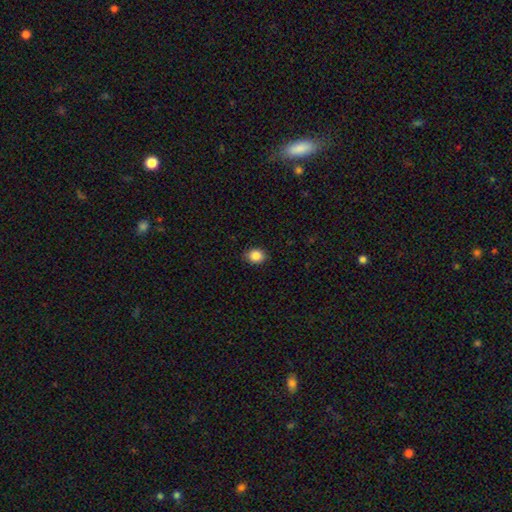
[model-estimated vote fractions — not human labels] Overall: smooth (87%). How rounded: round (52%; in between 47%). Merging: none (88%).